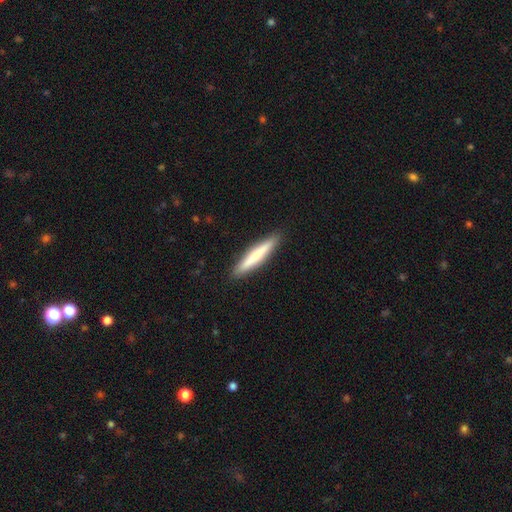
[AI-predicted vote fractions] The model was most divided on "smooth or featured": smooth: 67%, featured or disk: 28%, star or artifact: 5%. More confident: how rounded — cigar-shaped (93%); merging — none (91%).